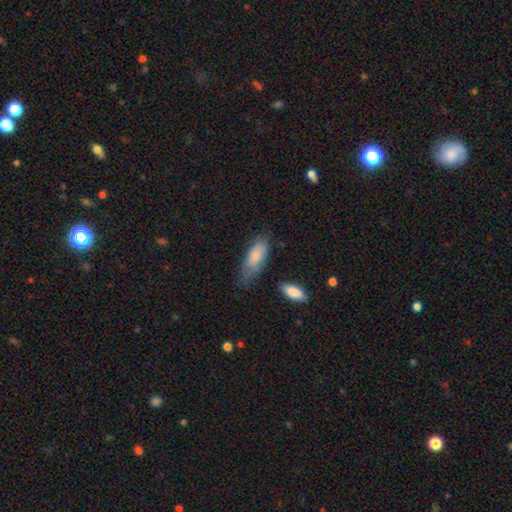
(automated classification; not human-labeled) Smooth or featured?
  - smooth: 82% *
  - featured or disk: 12%
  - star or artifact: 6%
How rounded?
  - in between: 75% *
  - cigar-shaped: 23%
  - round: 2%
Merging?
  - none: 58% *
  - minor disturbance: 29%
  - major disturbance: 9%
  - merger: 4%